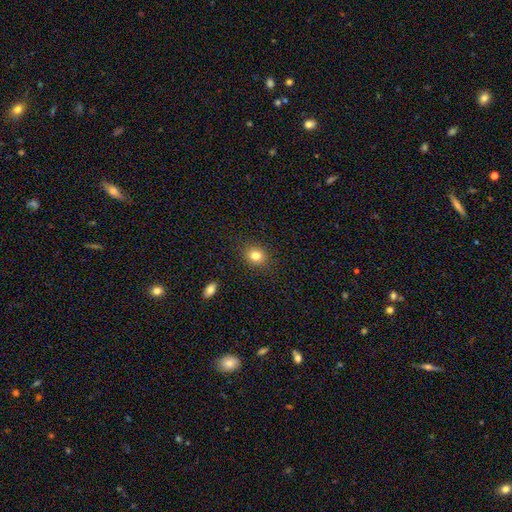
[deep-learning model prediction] Smooth or featured? smooth (82%)
How rounded? round (57%)
Merging? none (87%)